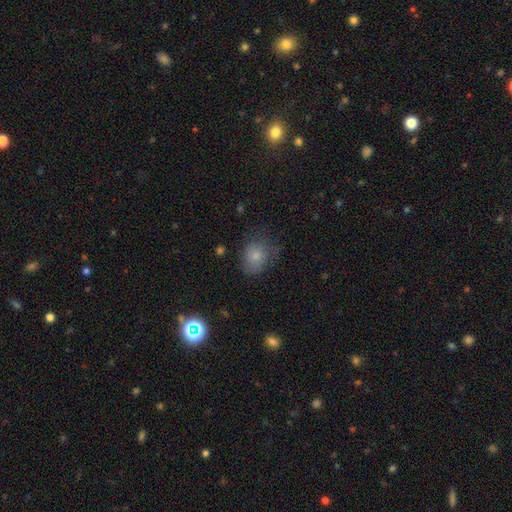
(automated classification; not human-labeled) Morphology: type=smooth (78%); roundness=round (53%); merging=none (57%).